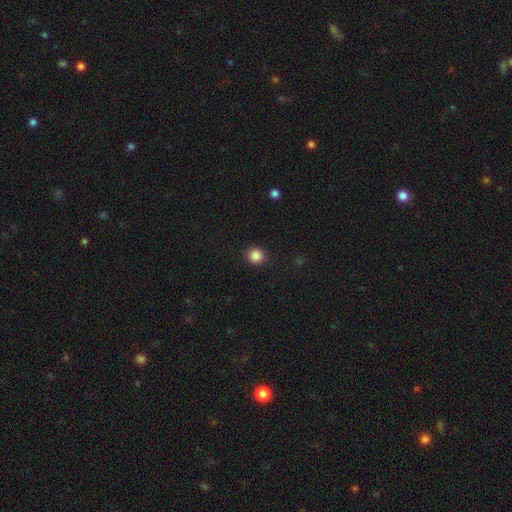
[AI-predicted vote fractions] smooth 86%, star or artifact 10%, featured or disk 3%. Down the decision tree: how rounded — round (90%); merging — none (91%).